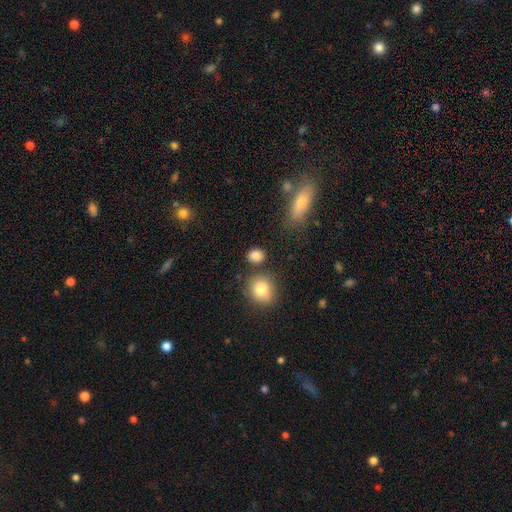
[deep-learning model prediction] Morphology: type=smooth (85%); roundness=round (54%); merging=none (78%).